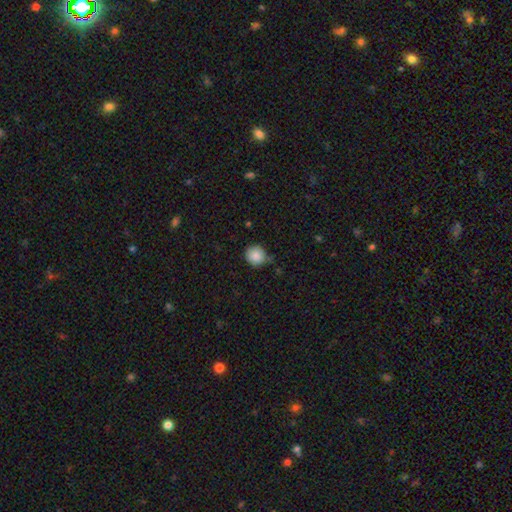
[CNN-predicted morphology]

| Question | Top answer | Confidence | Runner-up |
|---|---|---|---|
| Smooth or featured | smooth | 87% | star or artifact (8%) |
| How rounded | round | 92% | in between (7%) |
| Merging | none | 73% | minor disturbance (20%) |